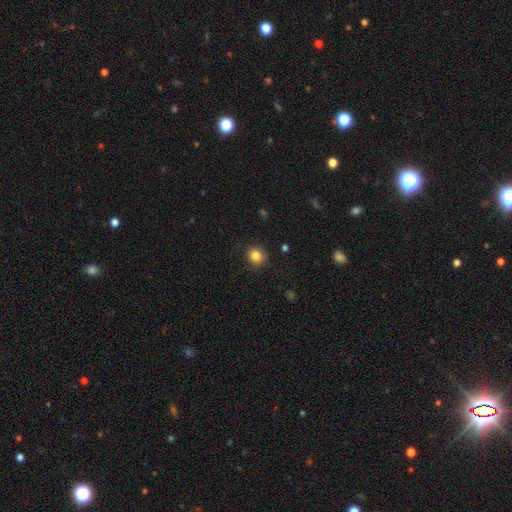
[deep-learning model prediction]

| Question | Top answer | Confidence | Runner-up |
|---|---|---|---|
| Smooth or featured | smooth | 84% | star or artifact (11%) |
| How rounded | round | 83% | in between (16%) |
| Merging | none | 88% | minor disturbance (9%) |